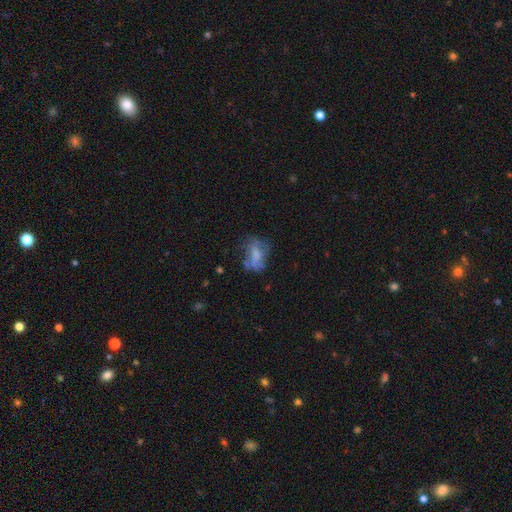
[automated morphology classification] smooth-or-featured: smooth: 46% | featured or disk: 40% | star or artifact: 14%
  merging: none: 39% | major disturbance: 30% | minor disturbance: 24% | merger: 7%